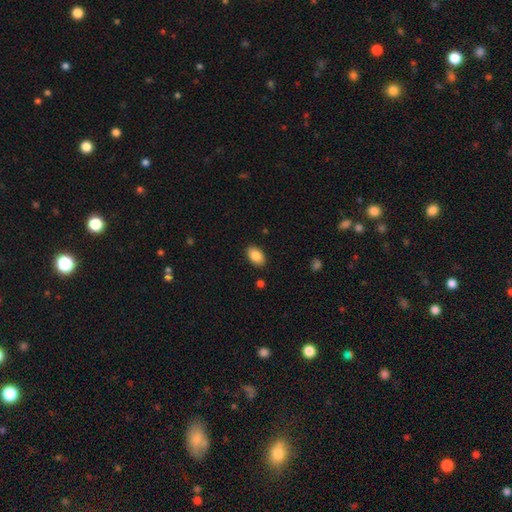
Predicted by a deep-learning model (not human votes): Smooth or featured?
  - smooth: 86% *
  - star or artifact: 7%
  - featured or disk: 6%
How rounded?
  - in between: 90% *
  - round: 9%
  - cigar-shaped: 1%
Merging?
  - none: 88% *
  - minor disturbance: 9%
  - major disturbance: 2%
  - merger: 1%